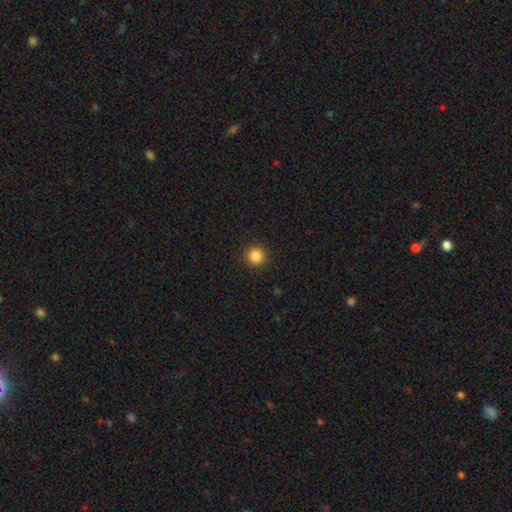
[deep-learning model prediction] This appears to be a smooth galaxy with no disk features (85%) that is round (95%). Merging: none (93%).